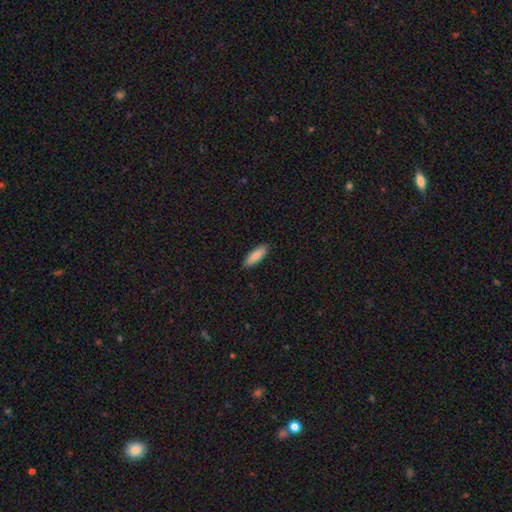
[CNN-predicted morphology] smooth-or-featured: smooth: 85% | featured or disk: 9% | star or artifact: 6%
  how-rounded: in between: 52% | cigar-shaped: 46% | round: 2%
  merging: none: 89% | minor disturbance: 9% | major disturbance: 2% | merger: 1%